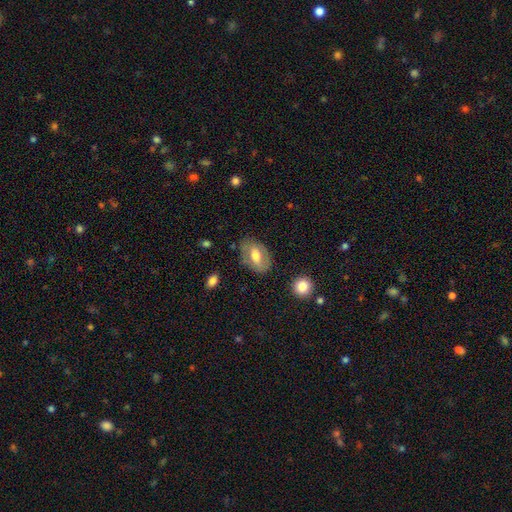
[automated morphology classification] This is possibly a smooth galaxy (55%). How rounded: clearly in between (85%). Merging: likely none (76%).